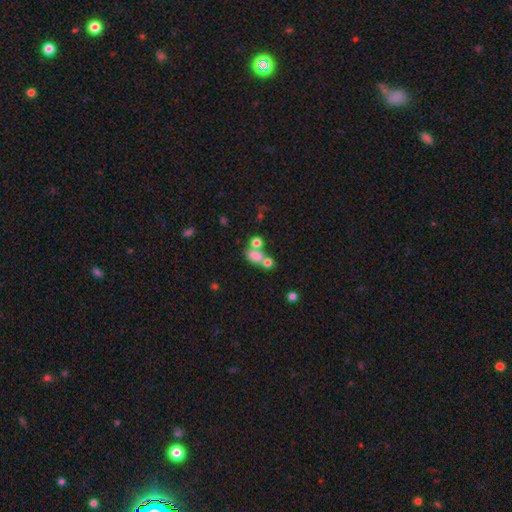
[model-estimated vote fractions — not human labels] Smooth or featured? Predicted: smooth (p=0.73). How rounded? Predicted: in between (p=0.69). Merging? Predicted: merger (p=0.46).